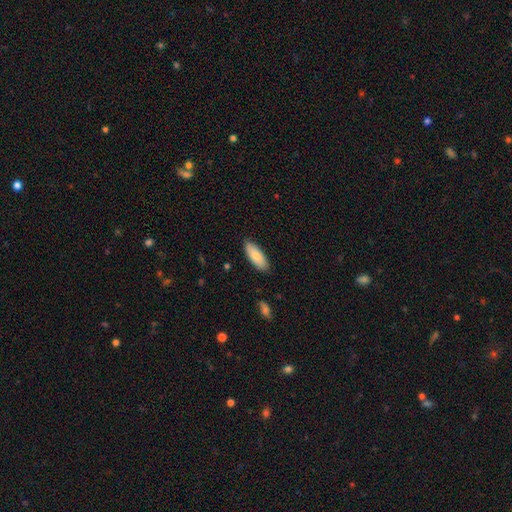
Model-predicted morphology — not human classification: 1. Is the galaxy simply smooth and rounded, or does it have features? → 83% smooth, 11% featured or disk, 6% star or artifact.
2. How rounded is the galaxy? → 74% in between, 25% cigar-shaped, 2% round.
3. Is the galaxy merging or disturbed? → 87% none, 10% minor disturbance, 2% major disturbance, 1% merger.